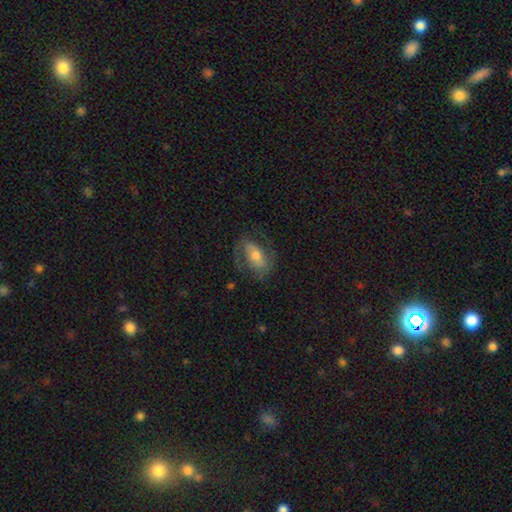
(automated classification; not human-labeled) A featured or disk galaxy (55%) with no bar (37%), spiral arms (72%) and a moderate central bulge (61%).

Vote fractions:
- Smooth or featured? featured or disk: 55% / smooth: 37% / star or artifact: 7%
- Edge-on disk? no: 93% / yes: 7%
- Bar? no: 37% / weak: 34% / strong: 29%
- Spiral arms? yes: 72% / no: 28%
- Bulge size? moderate: 61% / small: 27% / large: 9% / none: 2% / dominant: 1%
- Merging? none: 66% / minor disturbance: 19% / major disturbance: 14% / merger: 1%